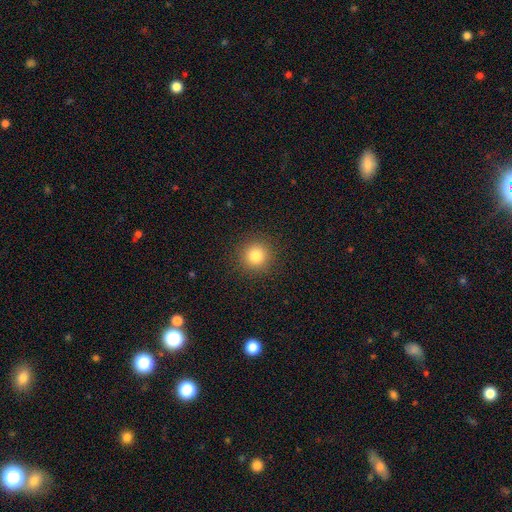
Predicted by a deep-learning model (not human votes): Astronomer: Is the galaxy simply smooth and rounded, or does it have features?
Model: smooth — 81%.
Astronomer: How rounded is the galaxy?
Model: round — 95%.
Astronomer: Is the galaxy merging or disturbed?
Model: none — 91%.